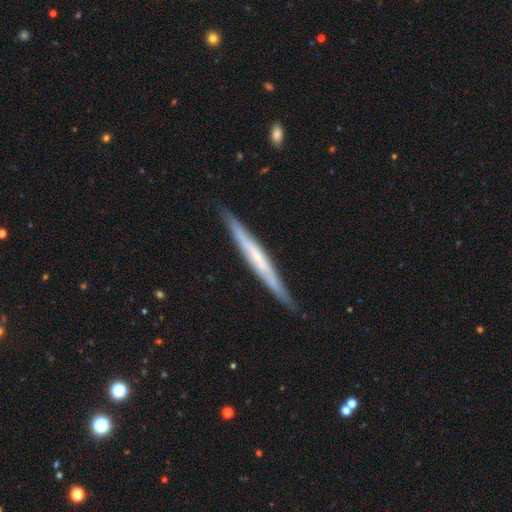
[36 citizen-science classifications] Smooth or featured: featured or disk — 78% (smooth — 19%)
Edge-on disk: yes — 93% (no — 7%)
Edge-on bulge: none — 54% (rounded — 38%)
Merging: none — 91% (minor disturbance — 9%)